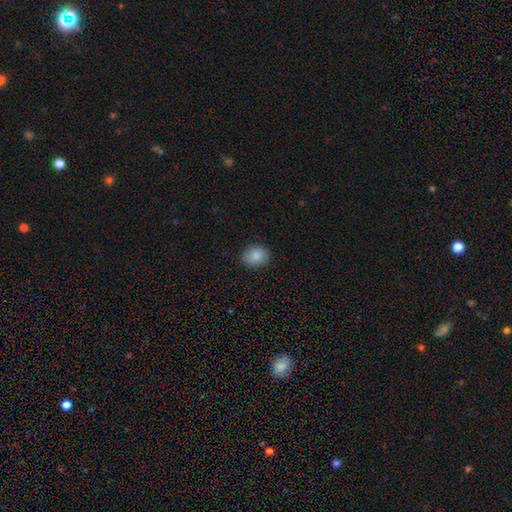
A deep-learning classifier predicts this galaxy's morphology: A smooth galaxy with no disk features (86%) that is in between round and cigar-shaped (51%). Merging: none (86%).